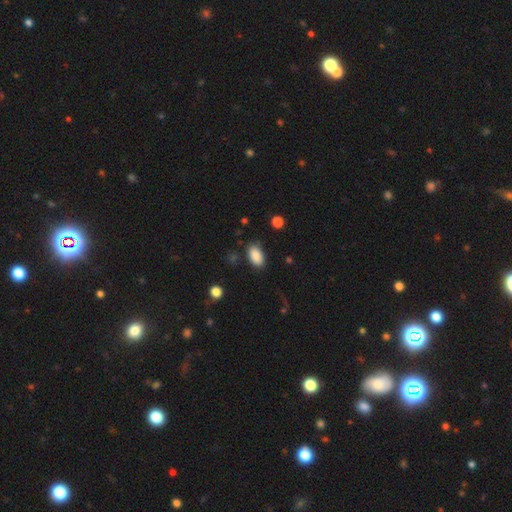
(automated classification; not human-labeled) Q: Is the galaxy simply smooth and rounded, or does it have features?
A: smooth — 88%.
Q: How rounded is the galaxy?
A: in between — 93%.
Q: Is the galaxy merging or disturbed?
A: none — 81%.